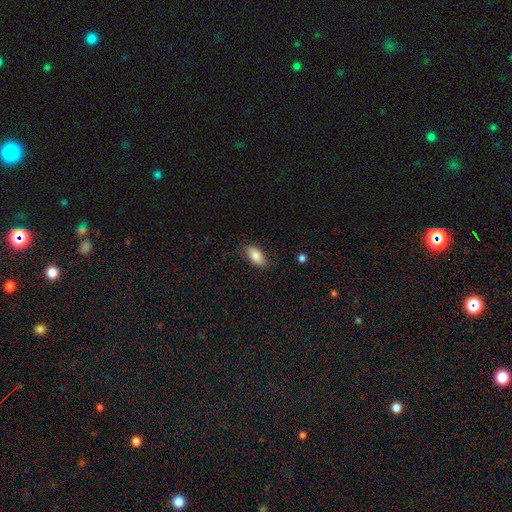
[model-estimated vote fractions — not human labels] Smooth or featured? Predicted: smooth (p=0.83). How rounded? Predicted: in between (p=0.90). Merging? Predicted: none (p=0.80).